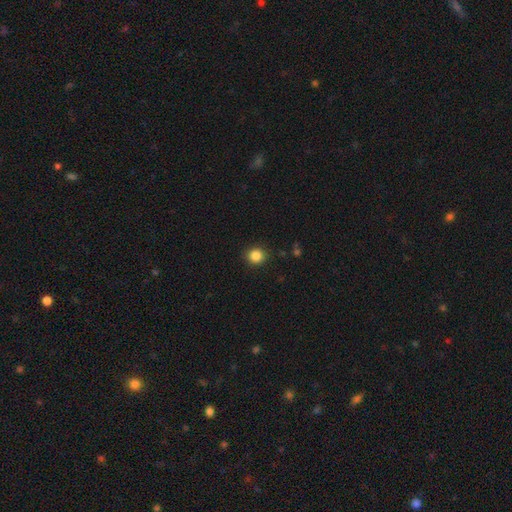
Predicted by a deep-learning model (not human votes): smooth 85%, star or artifact 11%, featured or disk 4%. Down the decision tree: how rounded — round (90%); merging — none (92%).